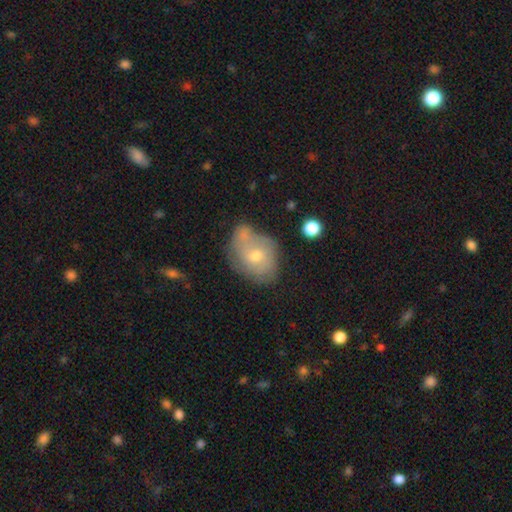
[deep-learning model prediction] smooth 48%, featured or disk 42%, star or artifact 9%. Down the decision tree: merging — none (44%).